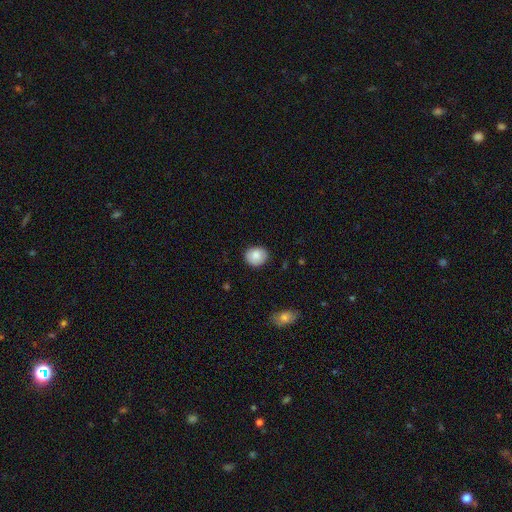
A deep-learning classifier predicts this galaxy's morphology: The model was most divided on "how rounded": round: 72%, in between: 28%, cigar-shaped: 1%. More confident: merging — none (87%); smooth or featured — smooth (86%).